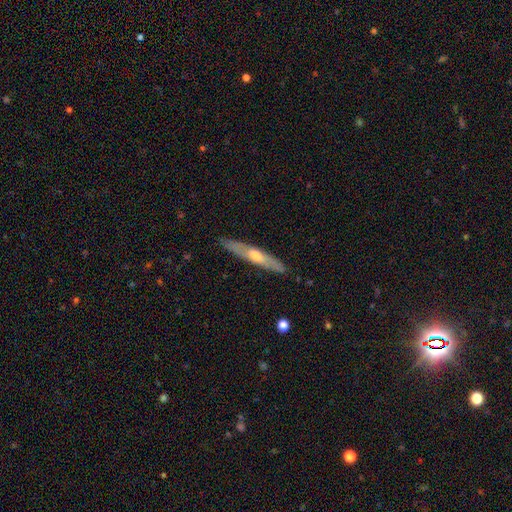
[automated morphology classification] featured or disk 57%, smooth 38%, star or artifact 5%. Down the decision tree: edge-on disk — yes (85%); merging — none (87%).